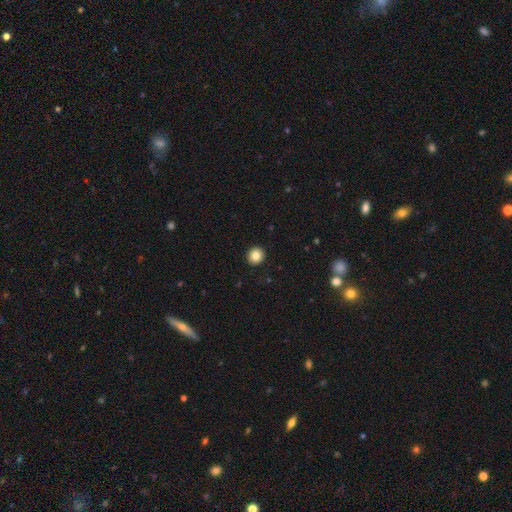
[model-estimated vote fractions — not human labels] Morphology: type=smooth (84%); roundness=round (90%); merging=none (93%).